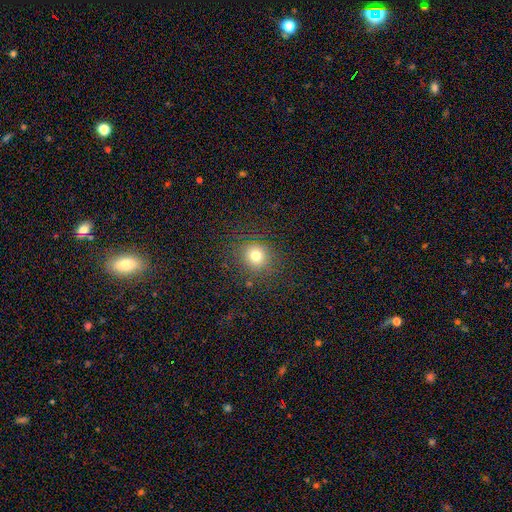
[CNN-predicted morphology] smooth 75%, star or artifact 17%, featured or disk 8%. Down the decision tree: how rounded — round (86%); merging — none (85%).